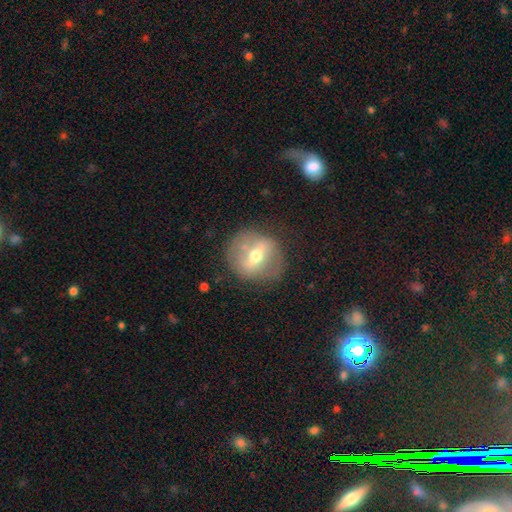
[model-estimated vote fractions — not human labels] A featured or disk galaxy (60%) with a strong bar (50%), no spiral arms (68%) and a moderate central bulge (71%).

Vote fractions:
- Smooth or featured? featured or disk: 60% / smooth: 32% / star or artifact: 8%
- Edge-on disk? no: 88% / yes: 12%
- Bar? strong: 50% / weak: 33% / no: 17%
- Spiral arms? no: 68% / yes: 32%
- Bulge size? moderate: 71% / small: 21% / large: 6% / dominant: 1% / none: 1%
- Merging? none: 76% / minor disturbance: 15% / major disturbance: 7% / merger: 2%